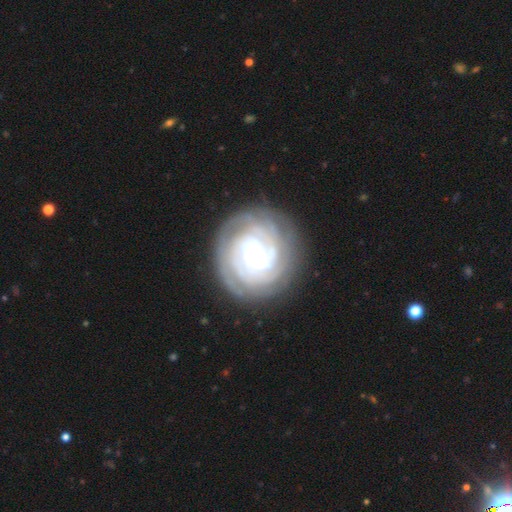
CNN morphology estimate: Smooth or featured? Predicted: featured or disk (p=0.86). Edge-on disk? Predicted: no (p=0.97). Bar? Predicted: weak (p=0.46). Spiral arms? Predicted: yes (p=0.95). Spiral winding? Predicted: tight (p=0.83). Spiral arm count? Predicted: can't tell (p=0.35). Bulge size? Predicted: moderate (p=0.60). Merging? Predicted: none (p=0.83).